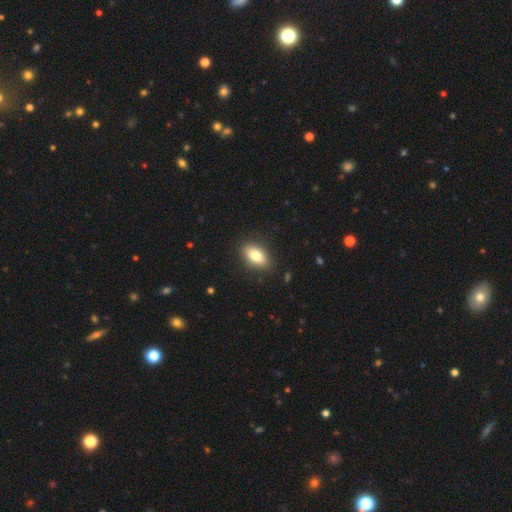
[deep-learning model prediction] The model was most divided on "smooth or featured": smooth: 79%, featured or disk: 13%, star or artifact: 8%. More confident: how rounded — in between (88%); merging — none (87%).